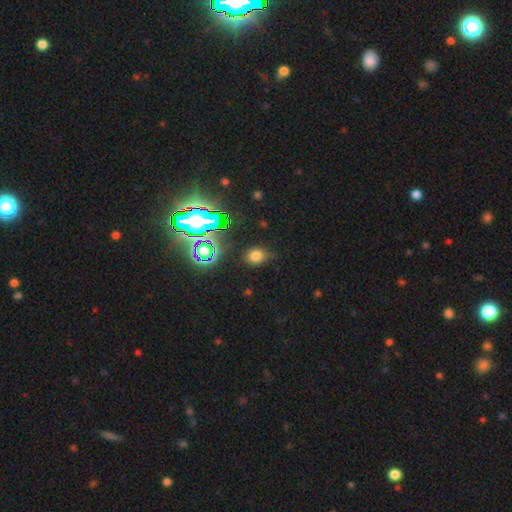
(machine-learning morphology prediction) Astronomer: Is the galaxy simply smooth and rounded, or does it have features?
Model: smooth — 69%.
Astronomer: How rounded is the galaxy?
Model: round — 56% (runner-up: in between, 43%).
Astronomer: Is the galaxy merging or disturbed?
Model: none — 80%.